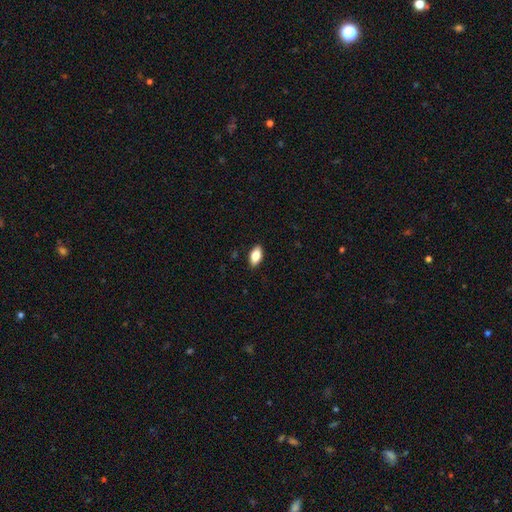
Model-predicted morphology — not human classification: Smooth or featured? smooth (82%)
How rounded? in between (90%)
Merging? none (88%)